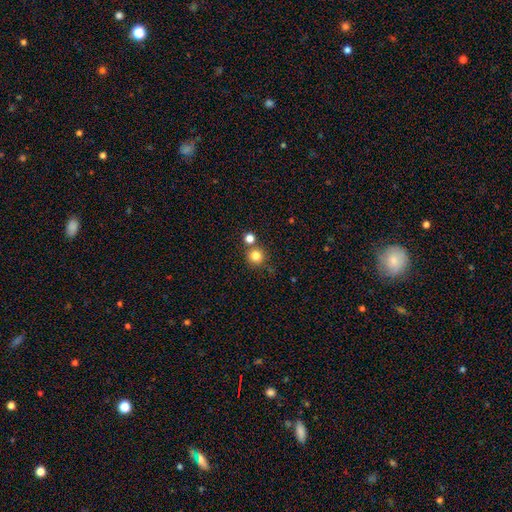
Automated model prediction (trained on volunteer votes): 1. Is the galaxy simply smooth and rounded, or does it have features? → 81% smooth, 13% star or artifact, 6% featured or disk.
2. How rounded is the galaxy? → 94% round, 5% in between, 1% cigar-shaped.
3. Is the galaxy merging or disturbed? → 74% none, 16% merger, 7% minor disturbance, 3% major disturbance.